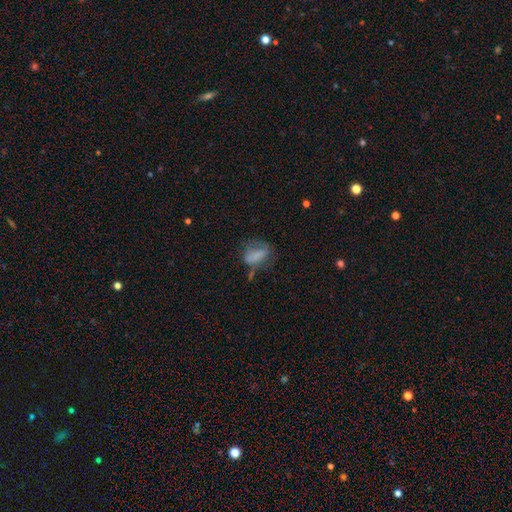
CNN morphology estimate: Smooth or featured: smooth — 62% (featured or disk — 26%)
How rounded: in between — 78% (round — 17%)
Merging: major disturbance — 33% (none — 32%)